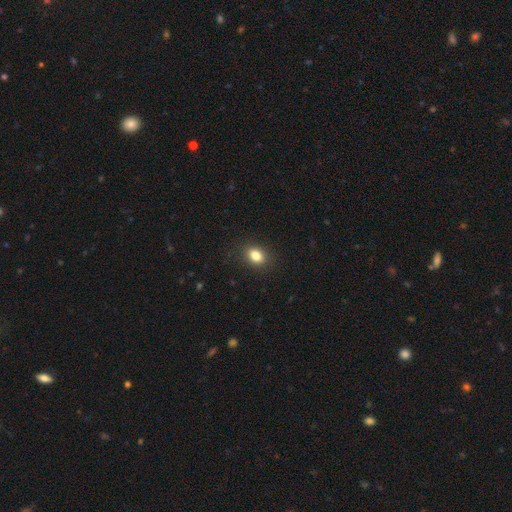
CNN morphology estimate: smooth_or_featured: smooth (p=0.84) [alt: star or artifact p=0.10]
how_rounded: in between (p=0.67) [alt: round p=0.32]
merging: none (p=0.89) [alt: minor disturbance p=0.08]